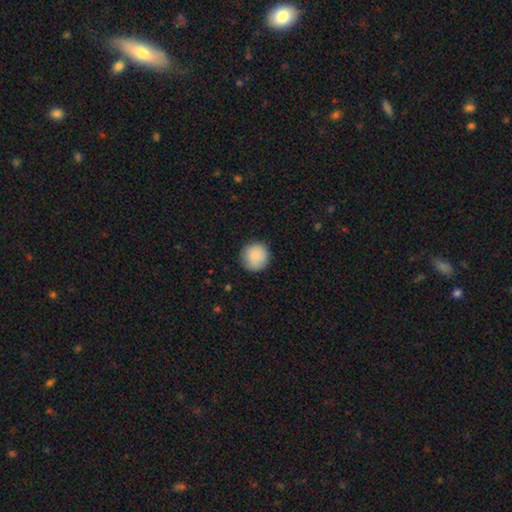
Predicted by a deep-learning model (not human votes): smooth_or_featured: smooth (p=0.88) [alt: star or artifact p=0.07]
how_rounded: round (p=0.94) [alt: in between p=0.05]
merging: none (p=0.87) [alt: minor disturbance p=0.10]